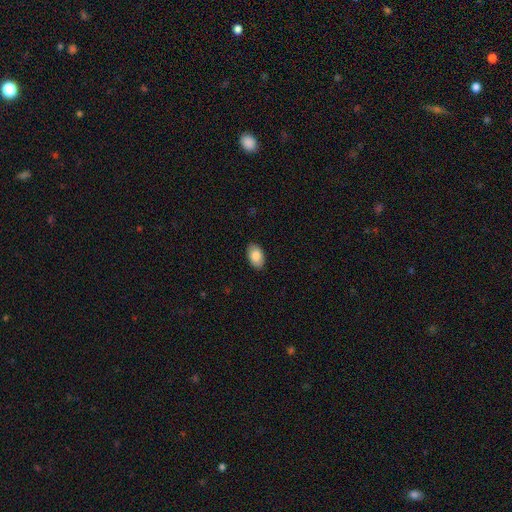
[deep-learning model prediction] A smooth galaxy with no disk features (85%) that is in between round and cigar-shaped (93%).

Vote fractions:
- Smooth or featured? smooth: 85% / featured or disk: 9% / star or artifact: 7%
- How rounded? in between: 93% / round: 6% / cigar-shaped: 1%
- Merging? none: 88% / minor disturbance: 9% / major disturbance: 2% / merger: 1%